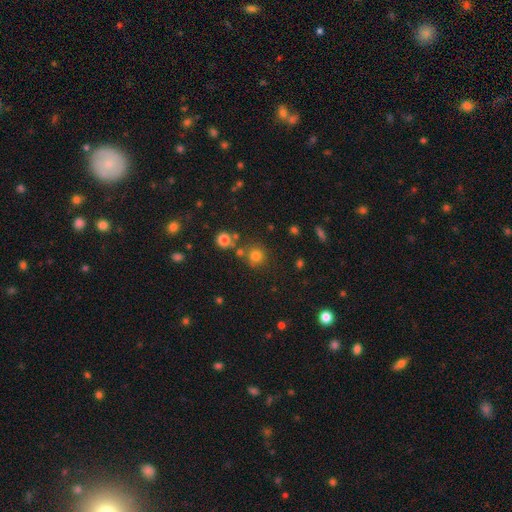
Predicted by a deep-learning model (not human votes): A smooth galaxy with no disk features (77%) that is round (92%). Merging: none (77%).